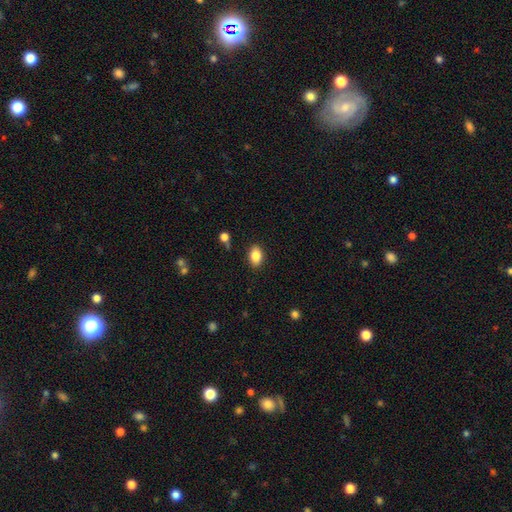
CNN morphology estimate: This appears to be a smooth galaxy with no disk features (86%) that is in between round and cigar-shaped (85%). Merging: none (87%).